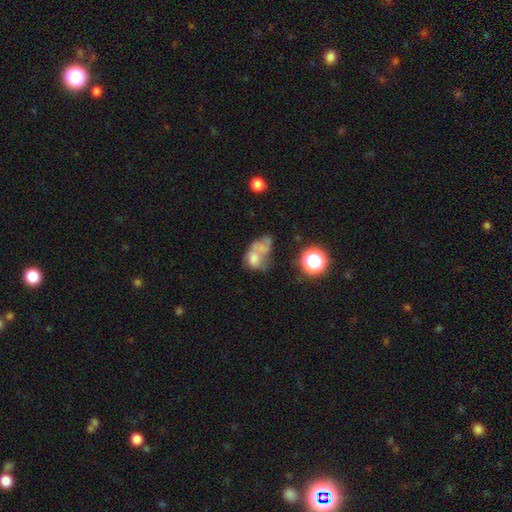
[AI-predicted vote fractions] smooth_or_featured: smooth (p=0.50) [alt: featured or disk p=0.33]
how_rounded: in between (p=0.69) [alt: round p=0.30]
merging: merger (p=0.43) [alt: major disturbance p=0.25]